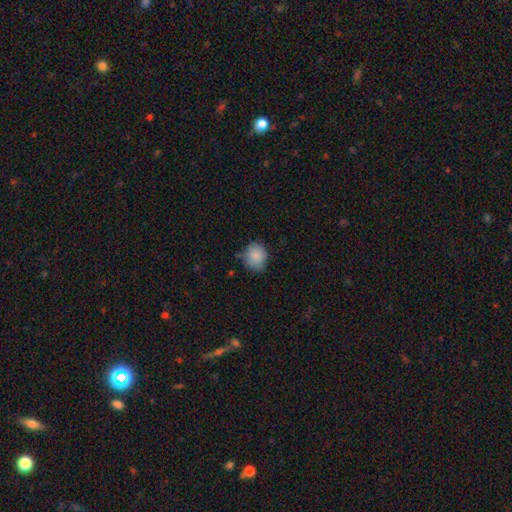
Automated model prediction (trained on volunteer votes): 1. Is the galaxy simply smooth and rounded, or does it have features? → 87% smooth, 8% star or artifact, 5% featured or disk.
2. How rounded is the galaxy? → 71% round, 28% in between, 1% cigar-shaped.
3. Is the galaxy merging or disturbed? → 67% none, 26% minor disturbance, 5% major disturbance, 2% merger.